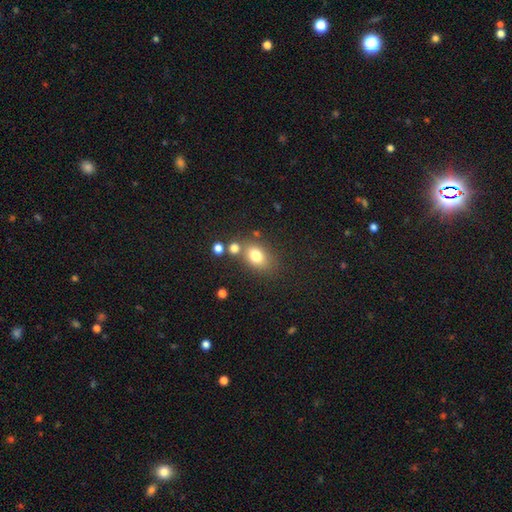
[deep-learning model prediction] This appears to be a smooth galaxy with no disk features (77%) that is in between round and cigar-shaped (66%). Merging: none (66%).